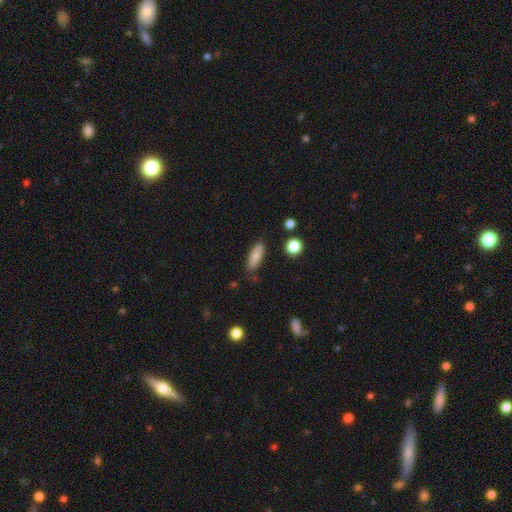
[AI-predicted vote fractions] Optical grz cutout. It shows a smooth galaxy with no disk features (76%) that is in between round and cigar-shaped (52%). Merging: none (79%).